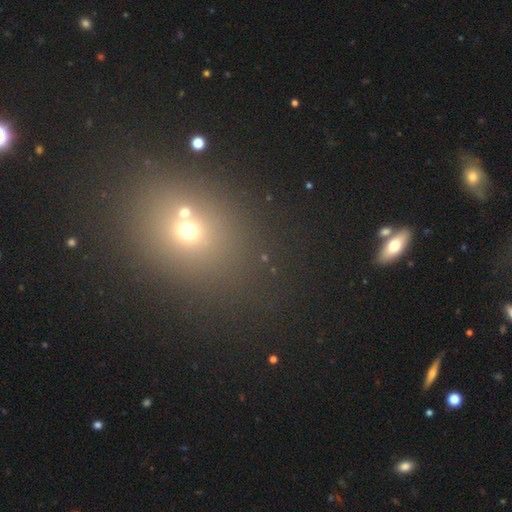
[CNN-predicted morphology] Overall: smooth (49%; star or artifact 40%). Merging: none (75%).